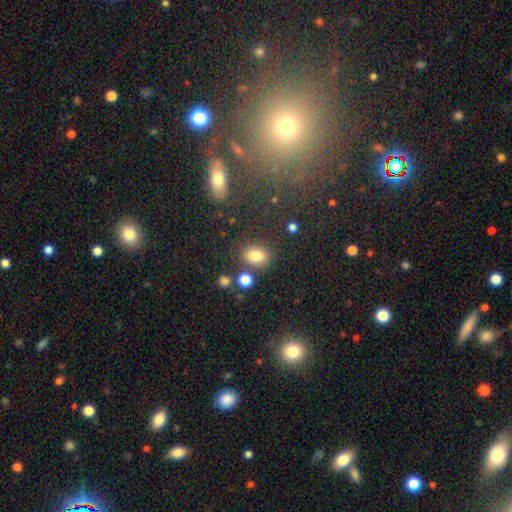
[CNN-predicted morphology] Smooth or featured: smooth — 80% (star or artifact — 12%)
How rounded: in between — 59% (round — 40%)
Merging: none — 75% (minor disturbance — 12%)